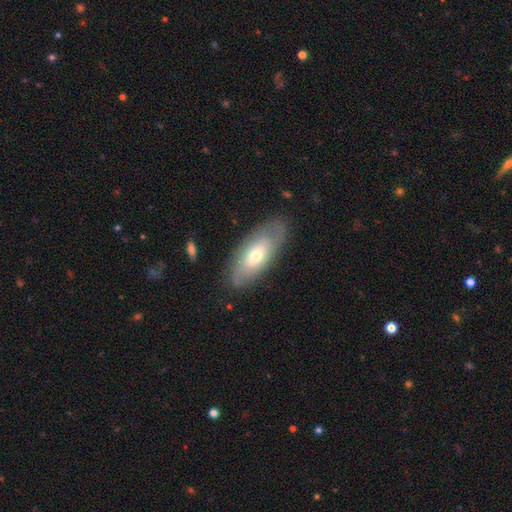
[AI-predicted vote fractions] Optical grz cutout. It shows a smooth galaxy with no disk features (50%). Merging: none (79%).